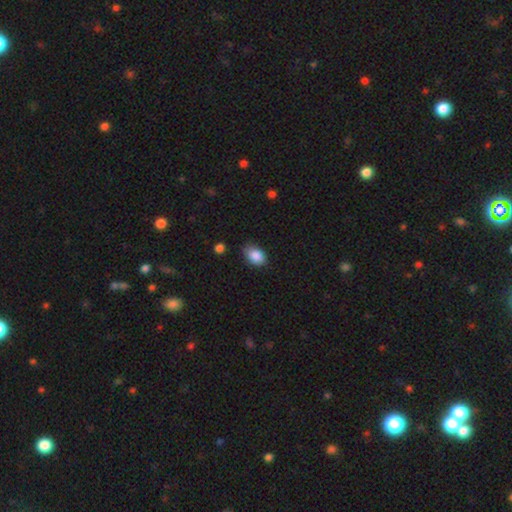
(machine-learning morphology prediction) This is clearly a smooth galaxy (88%). How rounded: clearly in between (85%). Merging: likely none (73%).